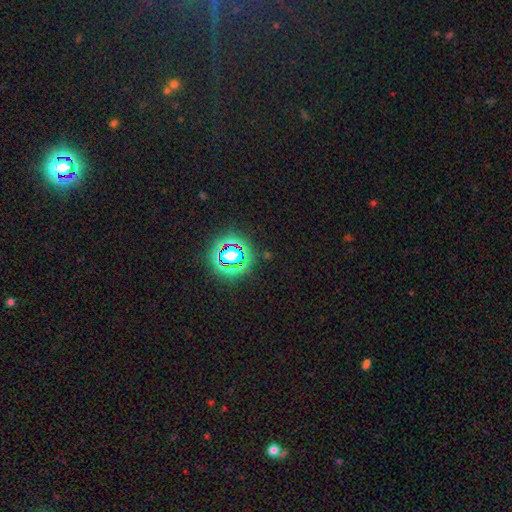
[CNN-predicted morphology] Smooth or featured? Predicted: star or artifact (p=0.76).